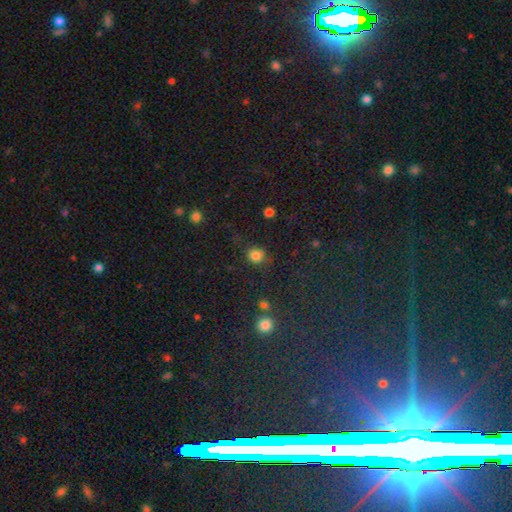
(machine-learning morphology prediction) Smooth or featured: smooth — 80% (star or artifact — 14%)
How rounded: round — 79% (in between — 19%)
Merging: none — 74% (minor disturbance — 16%)